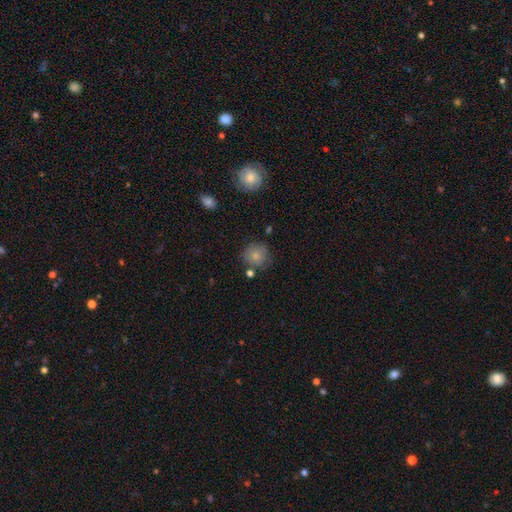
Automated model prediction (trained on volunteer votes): The model was most divided on "merging": none: 73%, minor disturbance: 16%, merger: 7%, major disturbance: 4%. More confident: how rounded — round (89%); smooth or featured — smooth (80%).